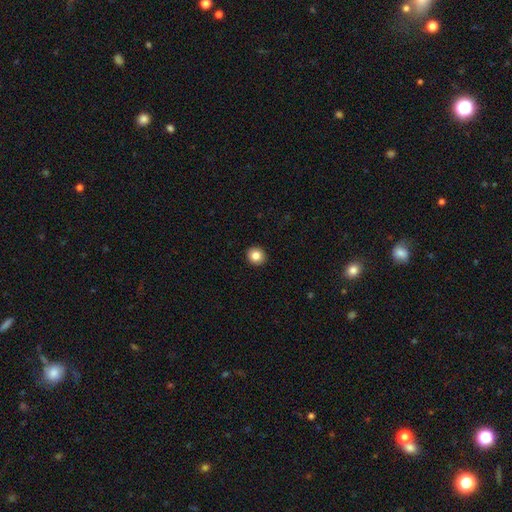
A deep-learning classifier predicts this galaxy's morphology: Q: Smooth or featured?
A: smooth (84%); runner-up: star or artifact (10%)
Q: How rounded?
A: round (89%); runner-up: in between (10%)
Q: Merging?
A: none (93%); runner-up: minor disturbance (4%)